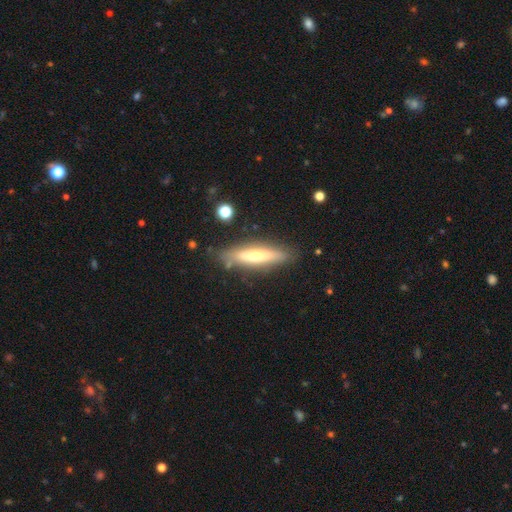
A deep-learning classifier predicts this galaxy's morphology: smooth-or-featured: smooth: 47% | featured or disk: 46% | star or artifact: 6%
  merging: none: 80% | minor disturbance: 13% | major disturbance: 3% | merger: 3%